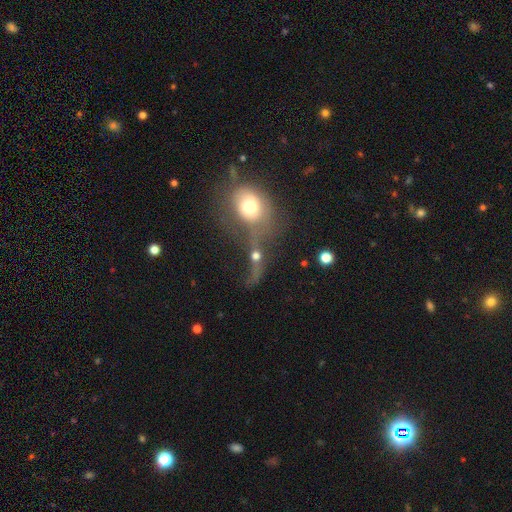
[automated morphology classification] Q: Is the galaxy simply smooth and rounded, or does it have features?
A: smooth — 49%.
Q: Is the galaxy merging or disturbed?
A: merger — 52%.